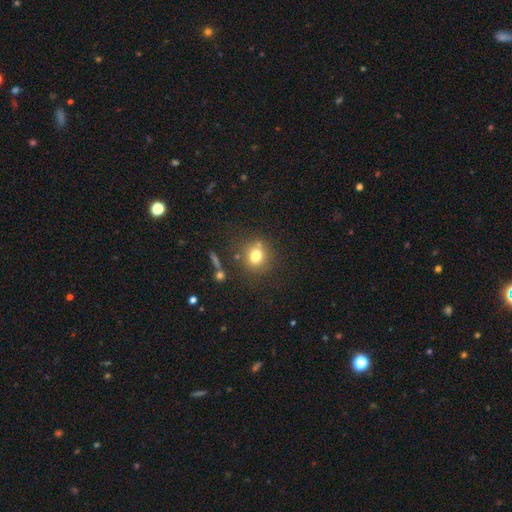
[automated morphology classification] The model was most divided on "smooth or featured": smooth: 76%, star or artifact: 14%, featured or disk: 10%. More confident: how rounded — round (82%); merging — none (77%).